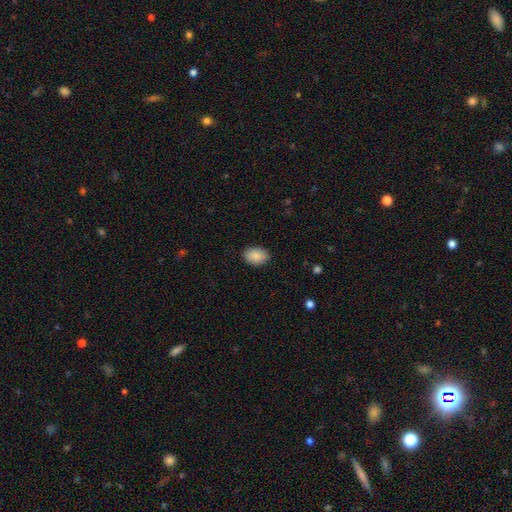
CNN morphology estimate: smooth-or-featured: smooth: 89% | star or artifact: 7% | featured or disk: 4%
  how-rounded: in between: 79% | round: 20% | cigar-shaped: 1%
  merging: none: 87% | minor disturbance: 10% | major disturbance: 2% | merger: 1%